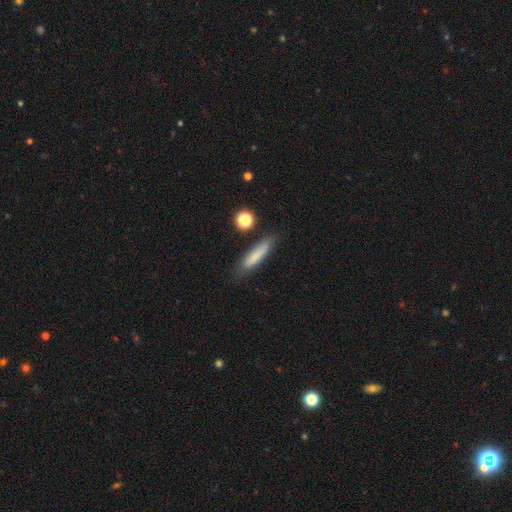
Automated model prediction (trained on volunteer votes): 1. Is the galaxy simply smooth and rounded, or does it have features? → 77% smooth, 15% featured or disk, 8% star or artifact.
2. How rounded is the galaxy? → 83% cigar-shaped, 15% in between, 2% round.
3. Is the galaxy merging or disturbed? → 78% none, 15% minor disturbance, 4% major disturbance, 3% merger.